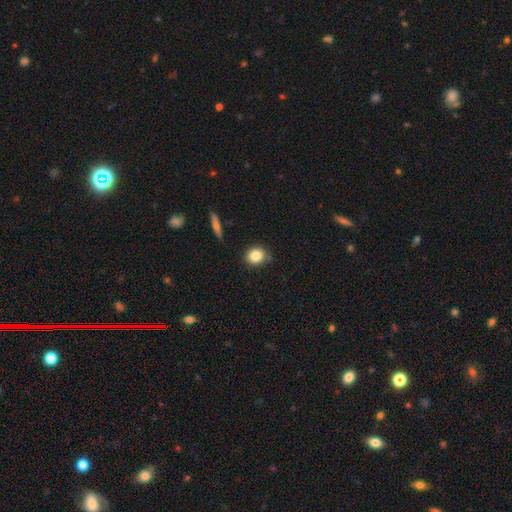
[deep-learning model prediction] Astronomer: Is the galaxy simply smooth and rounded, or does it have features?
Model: smooth — 84%.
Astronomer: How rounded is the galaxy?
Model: round — 77%.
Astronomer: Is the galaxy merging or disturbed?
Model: none — 82%.